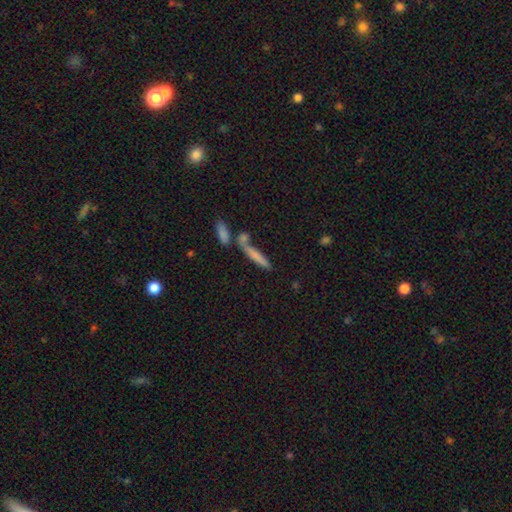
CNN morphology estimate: Smooth or featured: smooth — 69% (featured or disk — 21%)
How rounded: cigar-shaped — 85% (in between — 13%)
Merging: none — 46% (merger — 37%)